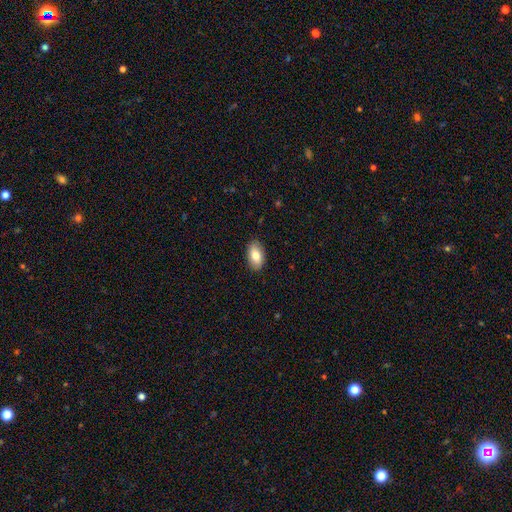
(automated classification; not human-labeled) Smooth or featured? smooth (82%)
How rounded? in between (93%)
Merging? none (88%)